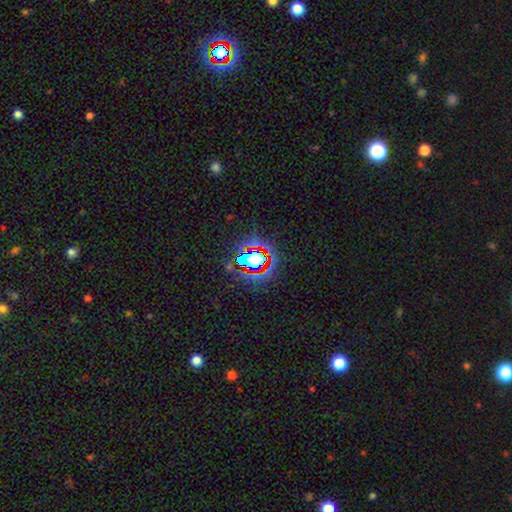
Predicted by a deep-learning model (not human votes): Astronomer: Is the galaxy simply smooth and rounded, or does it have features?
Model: star or artifact — 65%.